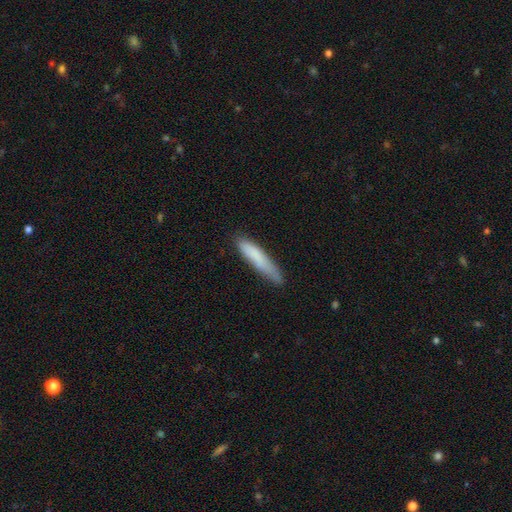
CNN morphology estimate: smooth-or-featured: smooth: 79% | featured or disk: 15% | star or artifact: 6%
  how-rounded: cigar-shaped: 88% | in between: 11% | round: 1%
  merging: none: 68% | minor disturbance: 25% | major disturbance: 5% | merger: 2%